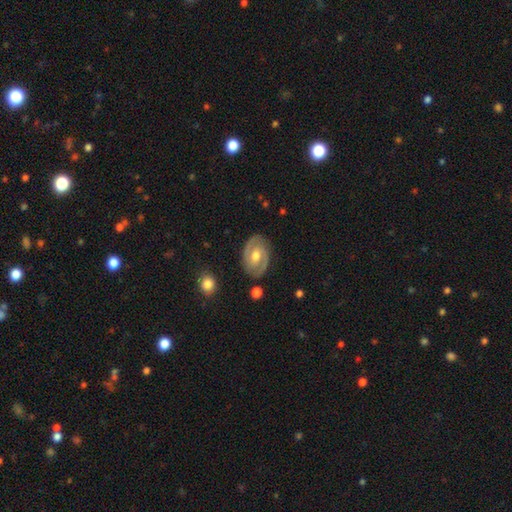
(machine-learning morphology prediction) Smooth or featured: featured or disk — 79% (smooth — 16%)
Edge-on disk: no — 96% (yes — 4%)
Bar: weak — 44% (no — 42%)
Spiral arms: yes — 85% (no — 15%)
Spiral winding: tight — 46% (medium — 43%)
Spiral arm count: 2 — 88% (can't tell — 7%)
Bulge size: moderate — 76% (small — 14%)
Merging: none — 84% (minor disturbance — 12%)